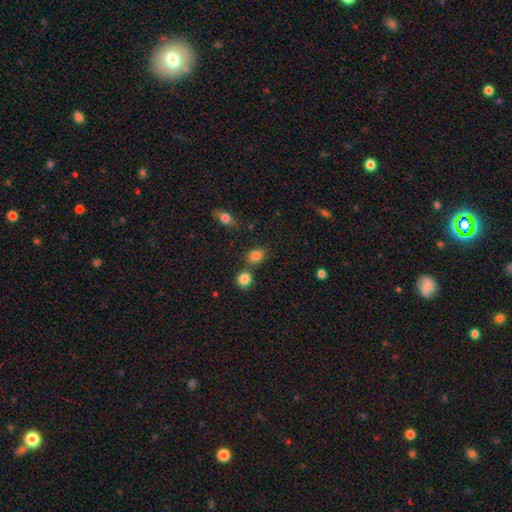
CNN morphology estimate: A smooth galaxy with no disk features (84%) that is in between round and cigar-shaped (63%).

Vote fractions:
- Smooth or featured? smooth: 84% / star or artifact: 11% / featured or disk: 5%
- How rounded? in between: 63% / round: 35% / cigar-shaped: 2%
- Merging? none: 67% / merger: 17% / minor disturbance: 12% / major disturbance: 4%